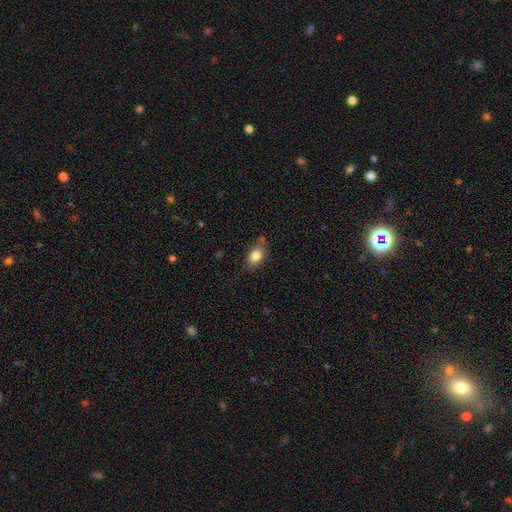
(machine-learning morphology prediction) Overall: smooth (83%). How rounded: in between (81%). Merging: none (68%).